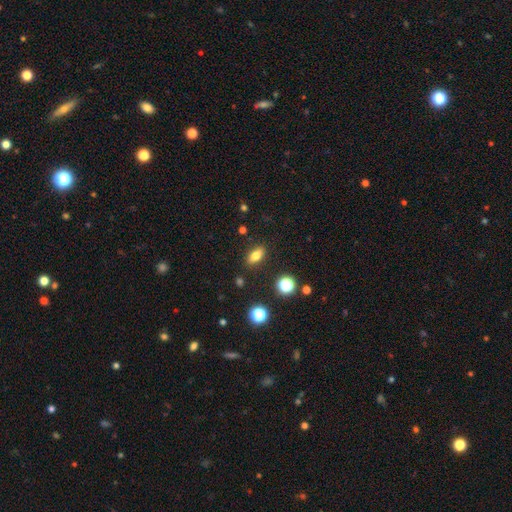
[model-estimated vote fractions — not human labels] Overall: smooth (75%). How rounded: in between (80%). Merging: none (86%).